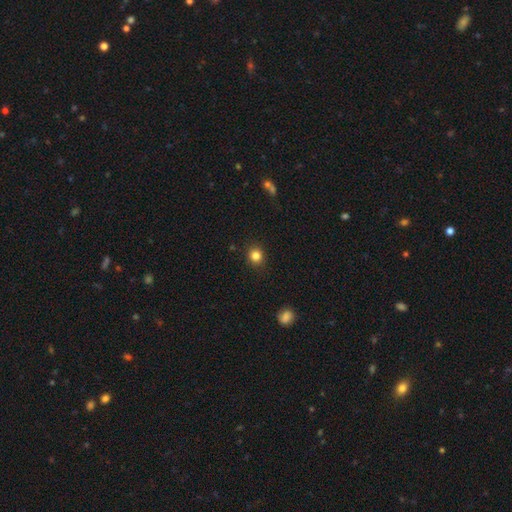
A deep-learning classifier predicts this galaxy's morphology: This is clearly a smooth galaxy (83%). How rounded: clearly round (85%). Merging: clearly none (89%).